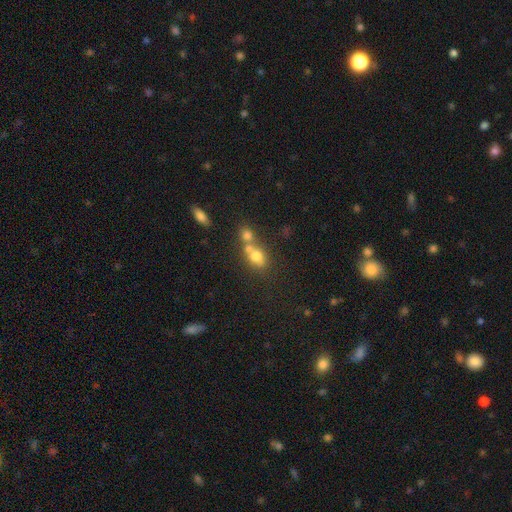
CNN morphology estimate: Q: Smooth or featured?
A: smooth (69%); runner-up: featured or disk (18%)
Q: How rounded?
A: round (49%); runner-up: in between (48%)
Q: Merging?
A: merger (59%); runner-up: none (29%)